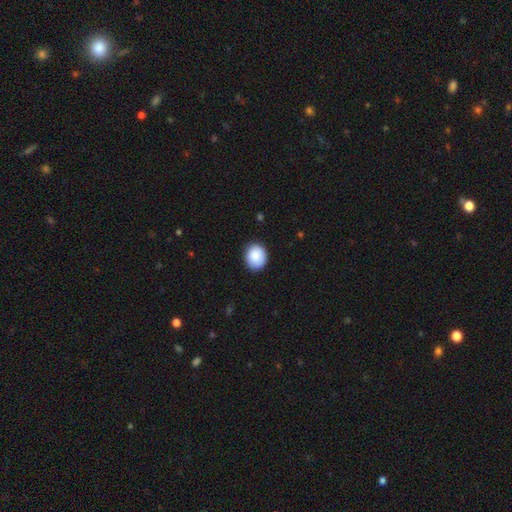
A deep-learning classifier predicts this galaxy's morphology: Q: Smooth or featured?
A: smooth (87%); runner-up: star or artifact (7%)
Q: How rounded?
A: round (65%); runner-up: in between (34%)
Q: Merging?
A: none (85%); runner-up: minor disturbance (12%)